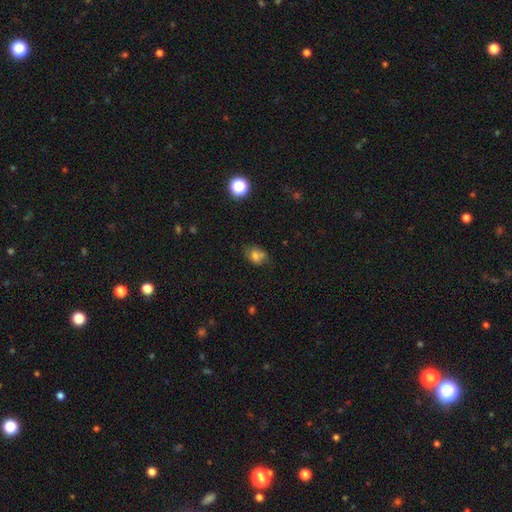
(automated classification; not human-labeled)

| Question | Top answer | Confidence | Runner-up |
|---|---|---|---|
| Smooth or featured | smooth | 72% | star or artifact (14%) |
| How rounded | in between | 67% | round (31%) |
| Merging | none | 57% | minor disturbance (25%) |